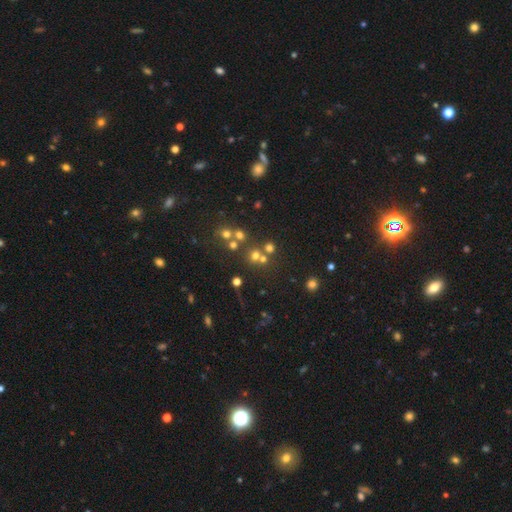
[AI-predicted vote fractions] Overall: smooth (57%; star or artifact 29%). How rounded: round (87%). Merging: none (62%; merger 25%).